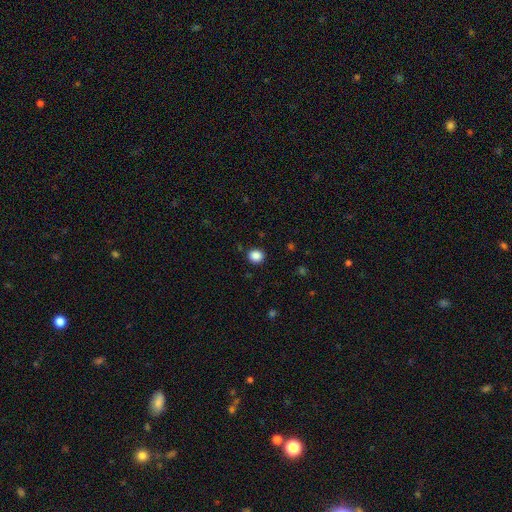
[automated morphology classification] Q: Smooth or featured?
A: smooth (87%); runner-up: star or artifact (10%)
Q: How rounded?
A: round (83%); runner-up: in between (16%)
Q: Merging?
A: none (90%); runner-up: minor disturbance (7%)